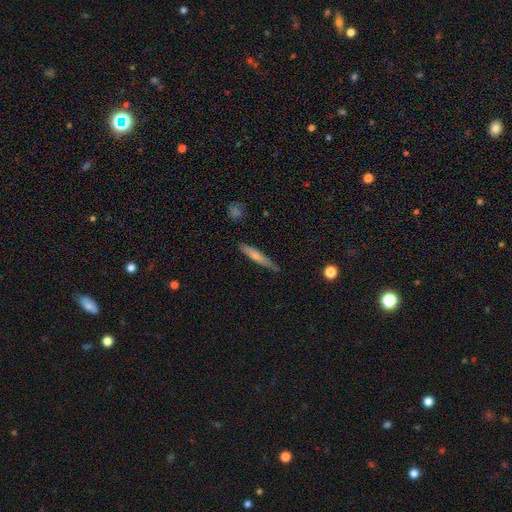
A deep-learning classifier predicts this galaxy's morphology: Smooth or featured?
  - smooth: 65% *
  - featured or disk: 29%
  - star or artifact: 6%
How rounded?
  - cigar-shaped: 93% *
  - in between: 6%
  - round: 1%
Merging?
  - none: 78% *
  - minor disturbance: 17%
  - major disturbance: 3%
  - merger: 2%